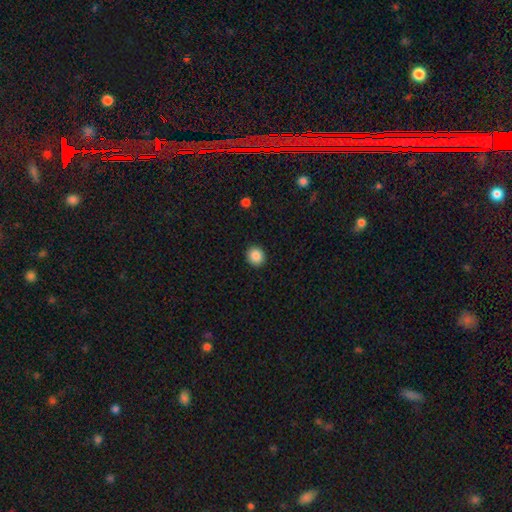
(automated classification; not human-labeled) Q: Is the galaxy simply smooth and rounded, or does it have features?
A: smooth — 87%.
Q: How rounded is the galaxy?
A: round — 83%.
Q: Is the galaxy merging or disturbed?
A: none — 91%.